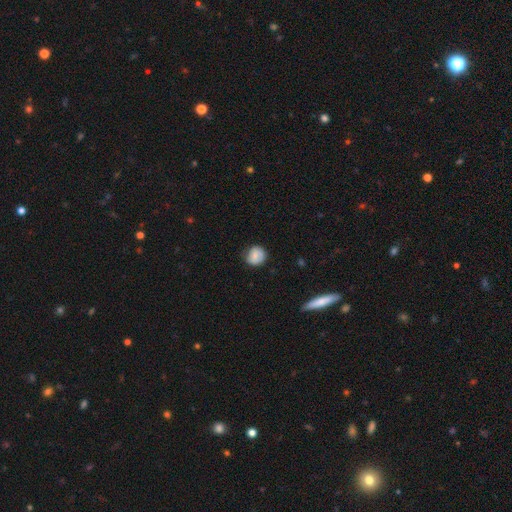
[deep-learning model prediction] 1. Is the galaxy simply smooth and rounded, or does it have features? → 76% smooth, 16% featured or disk, 8% star or artifact.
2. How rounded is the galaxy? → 83% round, 16% in between, 1% cigar-shaped.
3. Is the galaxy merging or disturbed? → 68% none, 25% minor disturbance, 5% major disturbance, 1% merger.